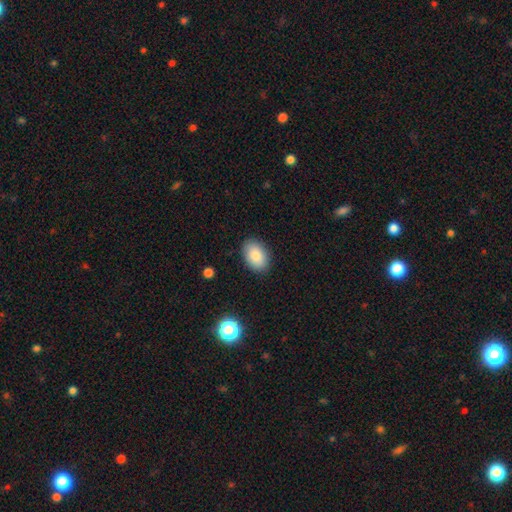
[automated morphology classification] Overall: smooth (86%). How rounded: in between (87%). Merging: none (88%).